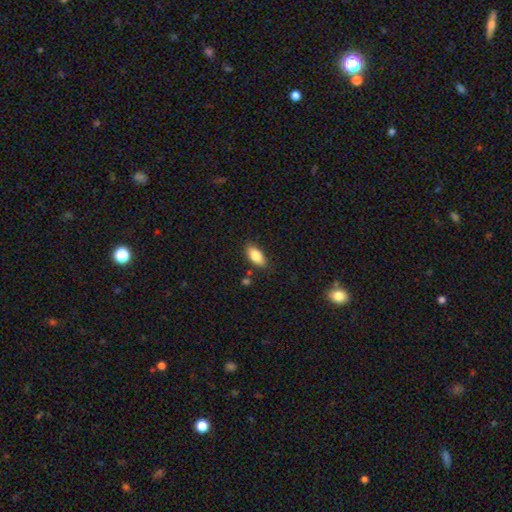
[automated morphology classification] smooth 84%, featured or disk 9%, star or artifact 7%. Down the decision tree: how rounded — in between (90%); merging — none (82%).